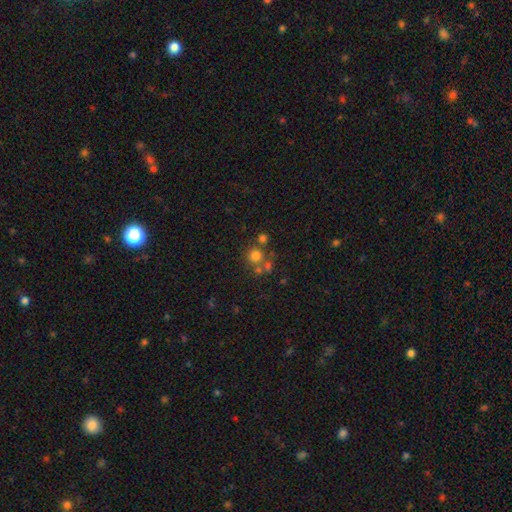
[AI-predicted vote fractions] smooth-or-featured: smooth: 70% | star or artifact: 19% | featured or disk: 12%
  how-rounded: round: 90% | in between: 9% | cigar-shaped: 1%
  merging: none: 62% | merger: 26% | minor disturbance: 8% | major disturbance: 4%